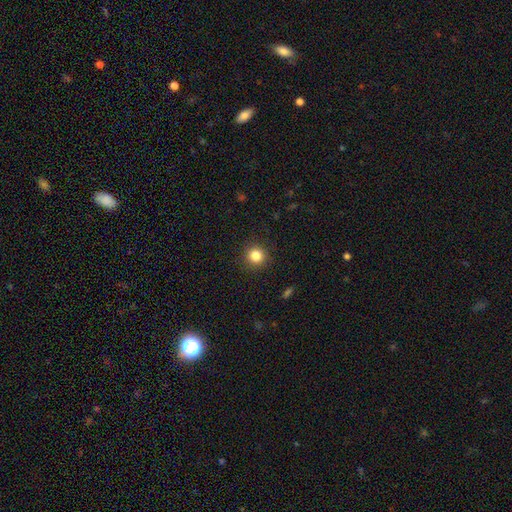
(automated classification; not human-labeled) The model was most divided on "smooth or featured": smooth: 84%, star or artifact: 11%, featured or disk: 5%. More confident: how rounded — round (94%); merging — none (91%).